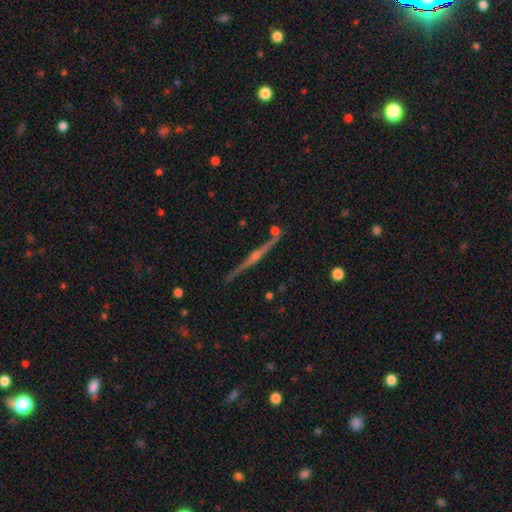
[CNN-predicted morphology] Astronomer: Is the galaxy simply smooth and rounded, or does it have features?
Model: featured or disk — 75%.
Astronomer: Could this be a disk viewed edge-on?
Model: yes — 95%.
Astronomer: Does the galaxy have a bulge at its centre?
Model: rounded — 76%.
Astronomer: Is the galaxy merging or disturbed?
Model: none — 83%.